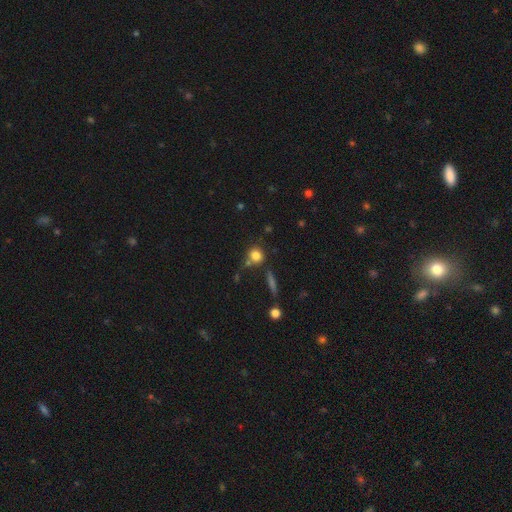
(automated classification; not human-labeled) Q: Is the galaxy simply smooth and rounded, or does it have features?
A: smooth — 81%.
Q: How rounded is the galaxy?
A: round — 85%.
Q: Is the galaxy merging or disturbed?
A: none — 69%.